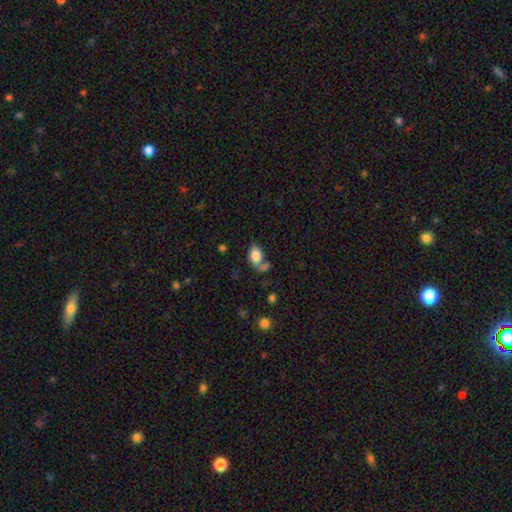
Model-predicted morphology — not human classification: smooth 81%, featured or disk 10%, star or artifact 8%. Down the decision tree: how rounded — in between (86%); merging — none (42%).